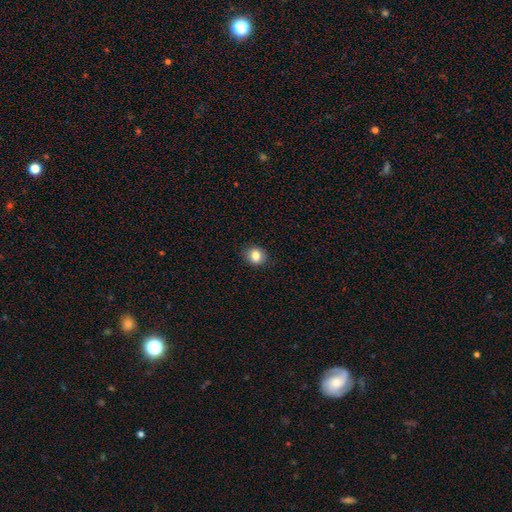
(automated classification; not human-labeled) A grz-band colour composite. It shows a smooth galaxy with no disk features (83%) that is round (66%). Merging: none (88%).